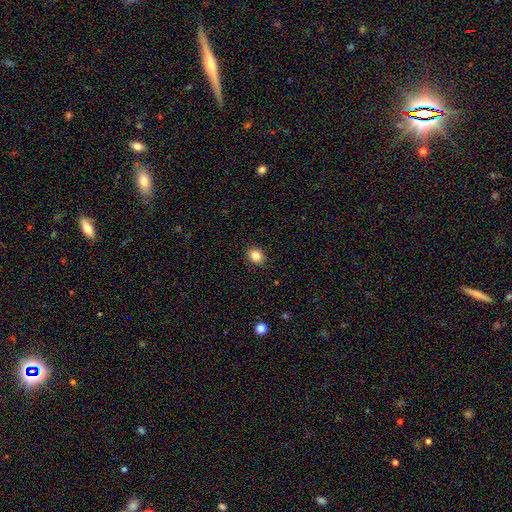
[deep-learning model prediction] Smooth or featured? Predicted: smooth (p=0.86). How rounded? Predicted: round (p=0.54). Merging? Predicted: none (p=0.90).